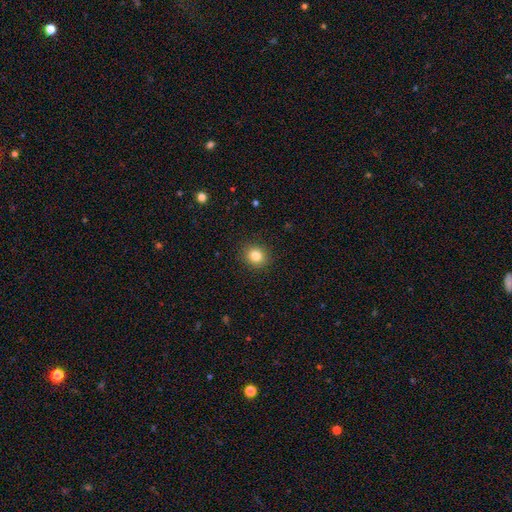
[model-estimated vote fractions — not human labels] The model was most divided on "how rounded": round: 77%, in between: 22%, cigar-shaped: 1%. More confident: merging — none (91%); smooth or featured — smooth (83%).